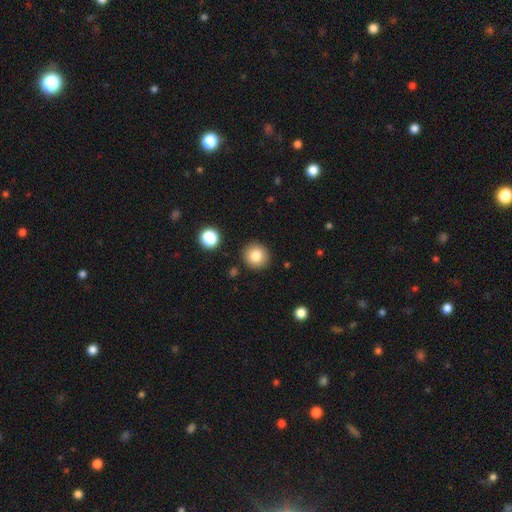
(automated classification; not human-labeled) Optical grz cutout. It shows a smooth galaxy with no disk features (81%) that is round (93%). Merging: none (89%).